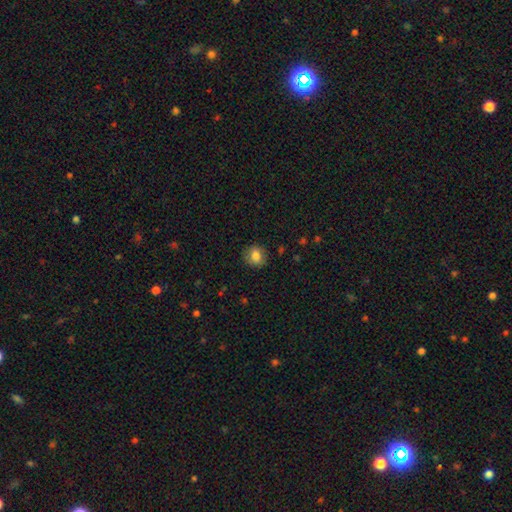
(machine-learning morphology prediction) A smooth galaxy with no disk features (82%) that is round (78%). Merging: none (86%).